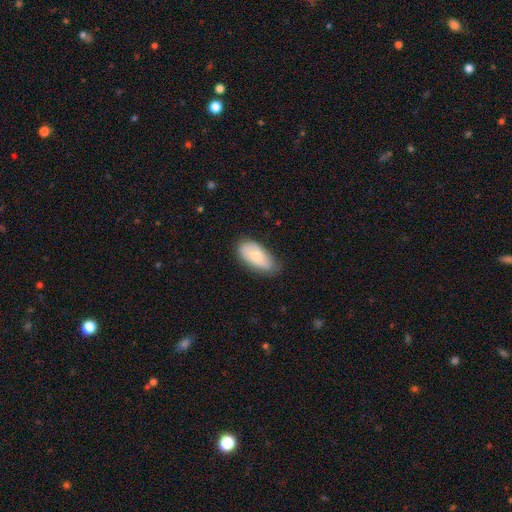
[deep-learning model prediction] A smooth galaxy with no disk features (74%) that is in between round and cigar-shaped (93%).

Vote fractions:
- Smooth or featured? smooth: 74% / featured or disk: 20% / star or artifact: 6%
- How rounded? in between: 93% / cigar-shaped: 5% / round: 3%
- Merging? none: 64% / minor disturbance: 29% / major disturbance: 5% / merger: 1%